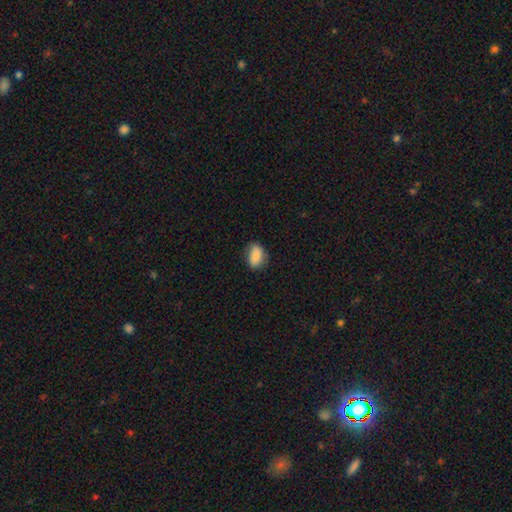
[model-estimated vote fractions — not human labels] Smooth or featured: smooth — 85% (featured or disk — 7%)
How rounded: in between — 84% (round — 14%)
Merging: none — 76% (minor disturbance — 19%)